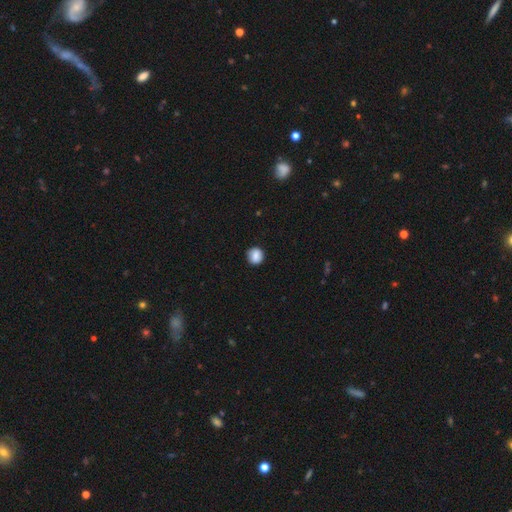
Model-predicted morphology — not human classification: Q: Smooth or featured?
A: smooth (84%); runner-up: star or artifact (8%)
Q: How rounded?
A: round (86%); runner-up: in between (13%)
Q: Merging?
A: none (86%); runner-up: minor disturbance (11%)